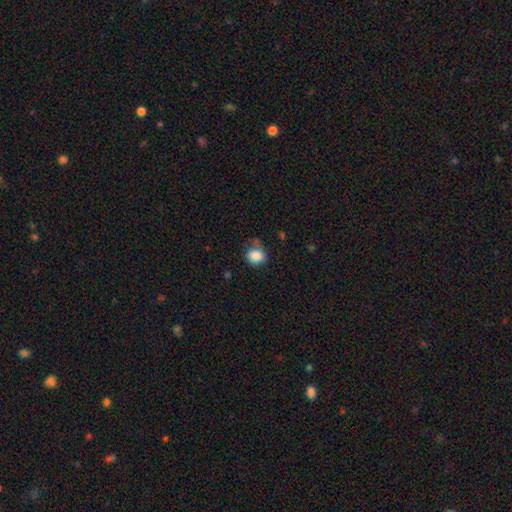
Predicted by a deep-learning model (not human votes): A smooth galaxy with no disk features (85%) that is round (55%). Merging: none (54%).